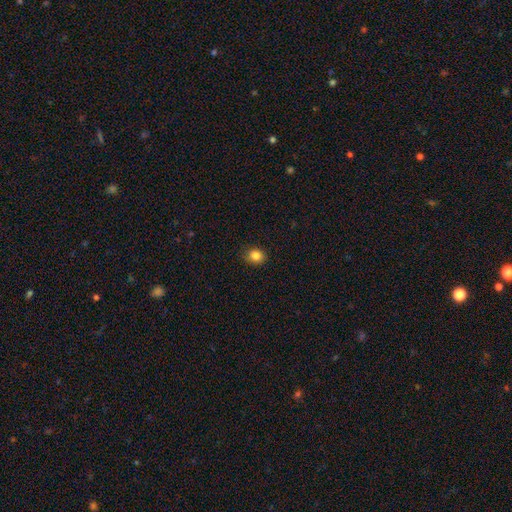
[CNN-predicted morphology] This is clearly a smooth galaxy (84%). How rounded: likely round (68%). Merging: clearly none (88%).